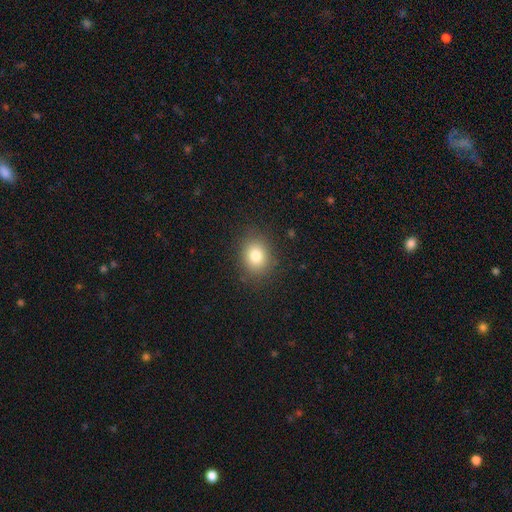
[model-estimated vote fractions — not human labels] Smooth or featured? Predicted: smooth (p=0.80). How rounded? Predicted: round (p=0.62). Merging? Predicted: none (p=0.86).